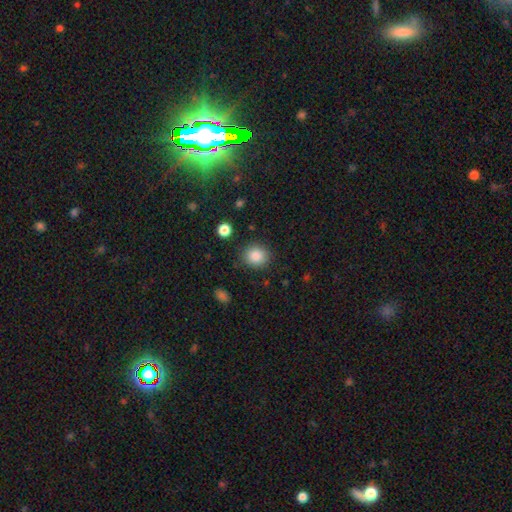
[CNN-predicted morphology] This is clearly a smooth galaxy (86%). How rounded: clearly round (82%). Merging: clearly none (87%).